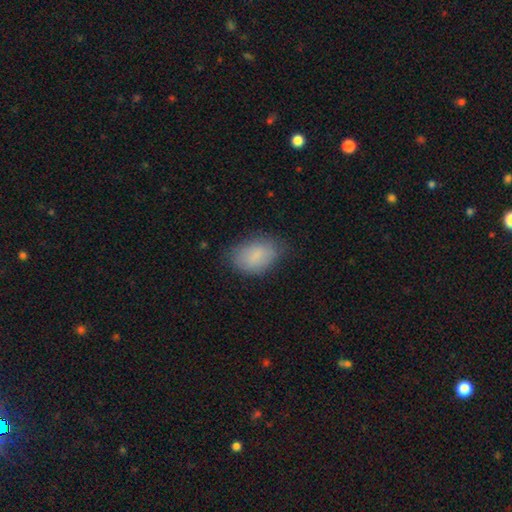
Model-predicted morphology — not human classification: type=smooth (83%); roundness=in between (86%); merging=none (70%).